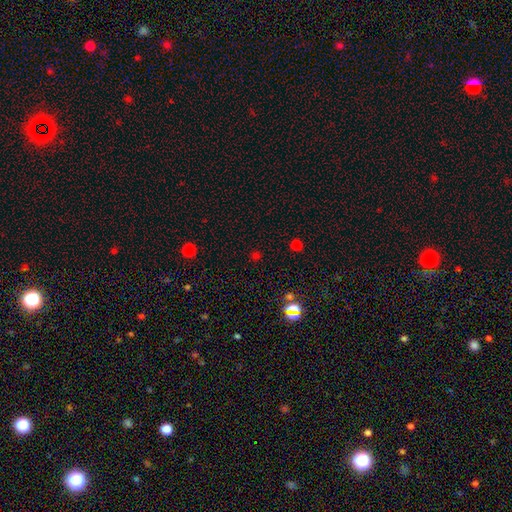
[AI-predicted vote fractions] This appears to be a star or artifact, not a galaxy (50%).